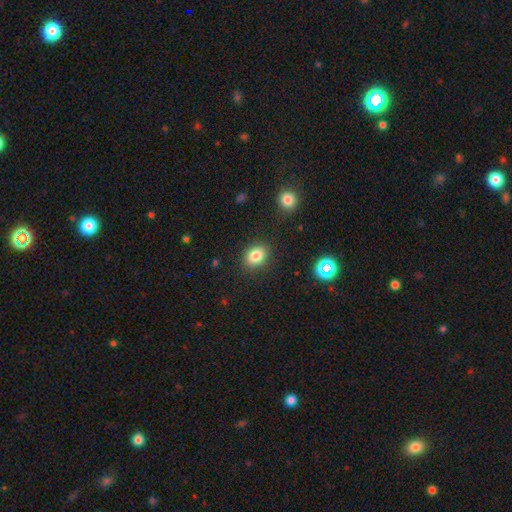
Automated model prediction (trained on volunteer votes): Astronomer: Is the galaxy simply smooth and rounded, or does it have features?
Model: smooth — 82%.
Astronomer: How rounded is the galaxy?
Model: in between — 56% (runner-up: round, 43%).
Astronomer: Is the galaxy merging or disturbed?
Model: none — 86%.